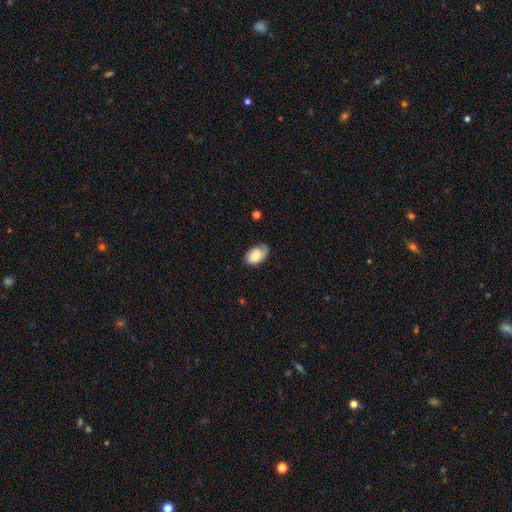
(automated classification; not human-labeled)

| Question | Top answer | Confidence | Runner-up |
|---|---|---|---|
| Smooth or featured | smooth | 63% | featured or disk (29%) |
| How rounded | in between | 88% | round (10%) |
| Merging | none | 53% | minor disturbance (33%) |